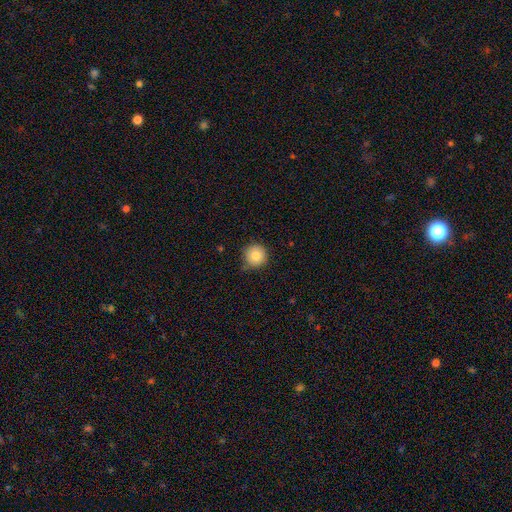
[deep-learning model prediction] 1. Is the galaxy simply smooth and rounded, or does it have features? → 83% smooth, 10% star or artifact, 7% featured or disk.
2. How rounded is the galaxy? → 96% round, 3% in between, 1% cigar-shaped.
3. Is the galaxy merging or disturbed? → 82% none, 13% minor disturbance, 2% major disturbance, 2% merger.